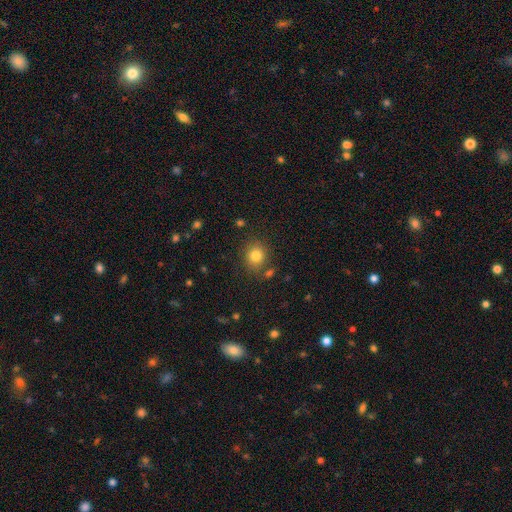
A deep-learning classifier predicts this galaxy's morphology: Smooth or featured?
  - smooth: 81% *
  - star or artifact: 12%
  - featured or disk: 7%
How rounded?
  - round: 77% *
  - in between: 22%
  - cigar-shaped: 1%
Merging?
  - none: 80% *
  - minor disturbance: 10%
  - merger: 6%
  - major disturbance: 3%